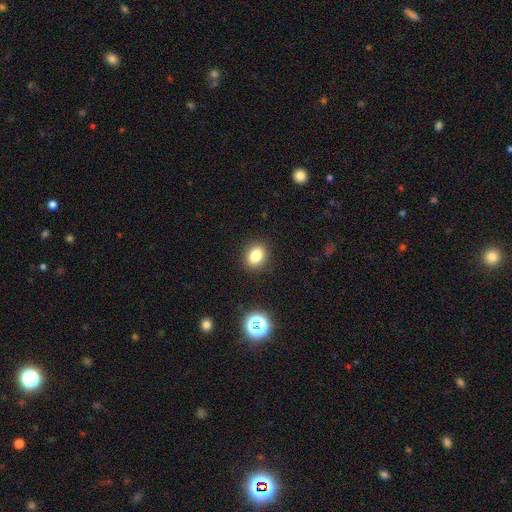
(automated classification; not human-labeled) Morphology: type=smooth (81%); roundness=in between (52%); merging=none (89%).